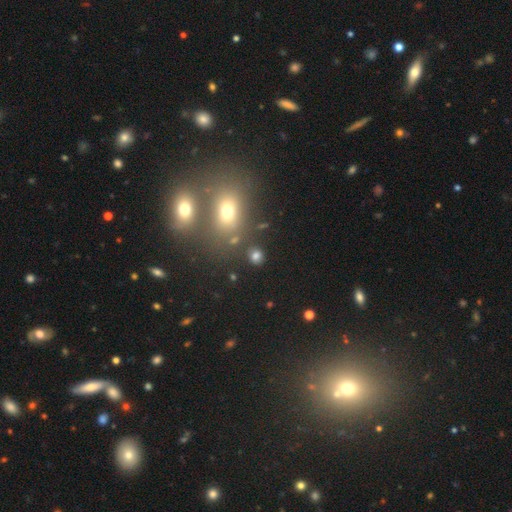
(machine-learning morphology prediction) Smooth or featured? Predicted: smooth (p=0.75). How rounded? Predicted: round (p=0.71). Merging? Predicted: none (p=0.79).